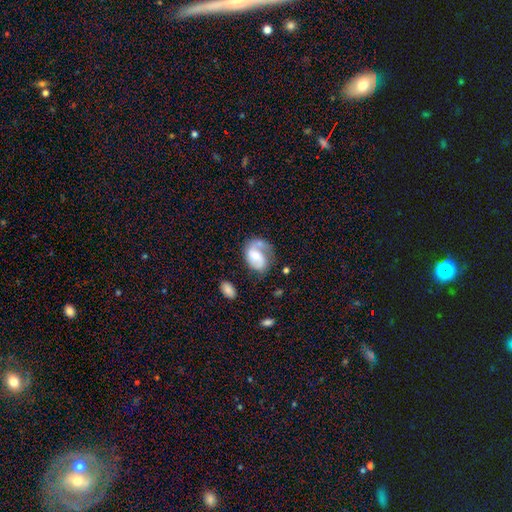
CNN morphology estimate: smooth_or_featured: featured or disk (p=0.64) [alt: smooth p=0.30]
disk_edge_on: no (p=0.97) [alt: yes p=0.03]
bar: no (p=0.57) [alt: weak p=0.35]
has_spiral_arms: yes (p=0.86) [alt: no p=0.14]
spiral_winding: medium (p=0.43) [alt: loose p=0.32]
spiral_arm_count: 2 (p=0.51) [alt: 1 p=0.38]
bulge_size: moderate (p=0.48) [alt: small p=0.37]
merging: none (p=0.42) [alt: minor disturbance p=0.25]